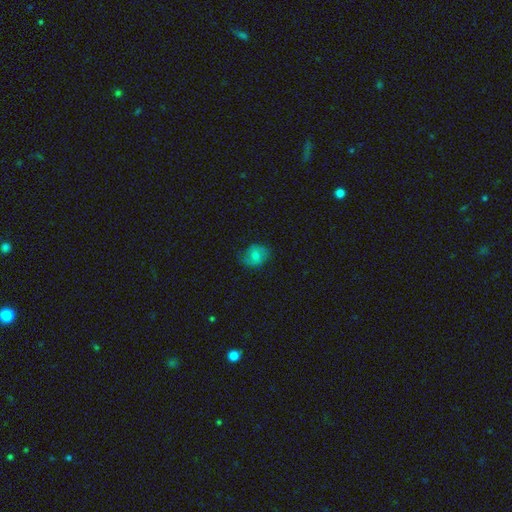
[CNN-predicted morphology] Q: Smooth or featured?
A: smooth (67%); runner-up: featured or disk (23%)
Q: How rounded?
A: round (55%); runner-up: in between (44%)
Q: Merging?
A: none (71%); runner-up: minor disturbance (22%)